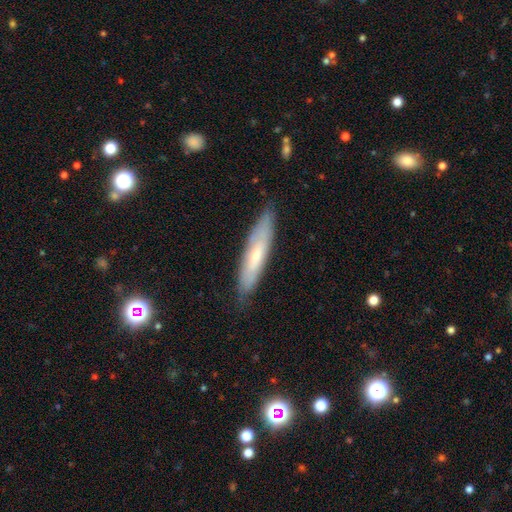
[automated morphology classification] Smooth or featured?
  - smooth: 50% *
  - featured or disk: 44%
  - star or artifact: 7%
Merging?
  - none: 82% *
  - minor disturbance: 14%
  - major disturbance: 3%
  - merger: 1%